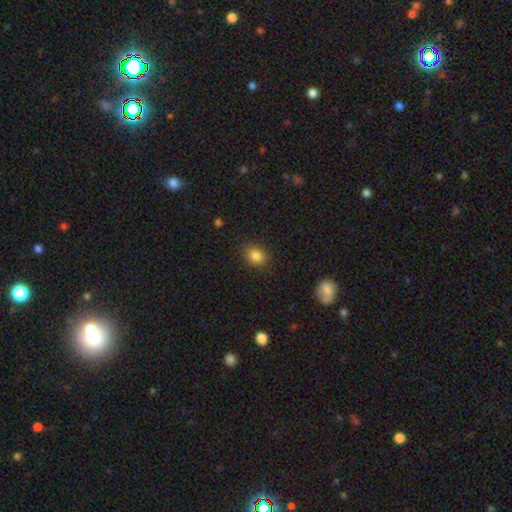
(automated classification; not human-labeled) Overall: smooth (84%). How rounded: round (58%; in between 41%). Merging: none (86%).